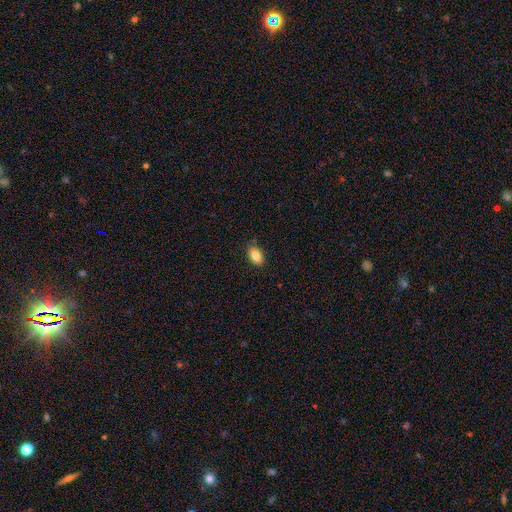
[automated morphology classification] This appears to be a smooth galaxy with no disk features (83%) that is in between round and cigar-shaped (90%). Merging: none (84%).